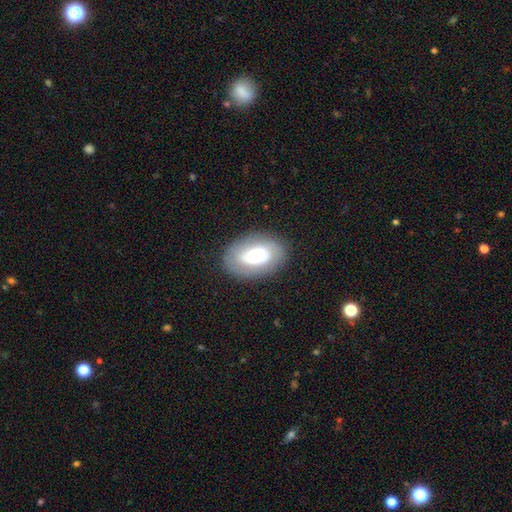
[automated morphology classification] Smooth or featured? featured or disk (47%)
Merging? none (83%)